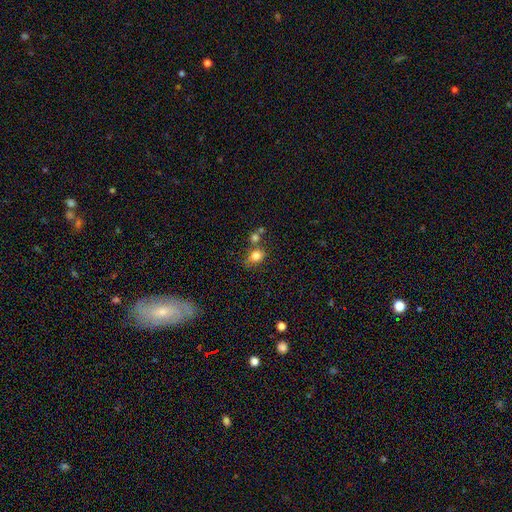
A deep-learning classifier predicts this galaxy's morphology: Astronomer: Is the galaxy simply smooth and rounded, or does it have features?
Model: smooth — 80%.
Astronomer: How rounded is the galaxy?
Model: round — 51% (runner-up: in between, 47%).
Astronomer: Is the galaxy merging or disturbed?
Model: none — 57%.